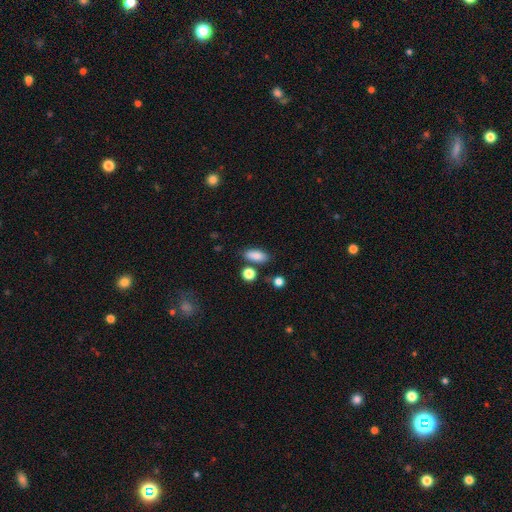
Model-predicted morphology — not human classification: The model was most divided on "merging": none: 76%, minor disturbance: 13%, merger: 7%, major disturbance: 4%. More confident: smooth or featured — smooth (86%); how rounded — in between (82%).